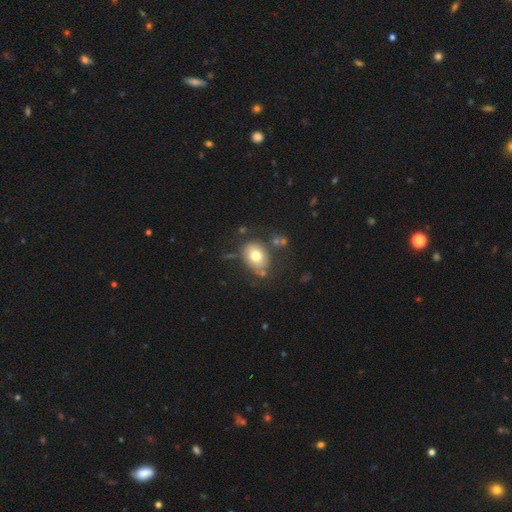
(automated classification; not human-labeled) Smooth or featured?
  - smooth: 71% *
  - featured or disk: 20%
  - star or artifact: 9%
How rounded?
  - in between: 62% *
  - round: 37%
  - cigar-shaped: 1%
Merging?
  - none: 66% *
  - minor disturbance: 19%
  - major disturbance: 8%
  - merger: 7%